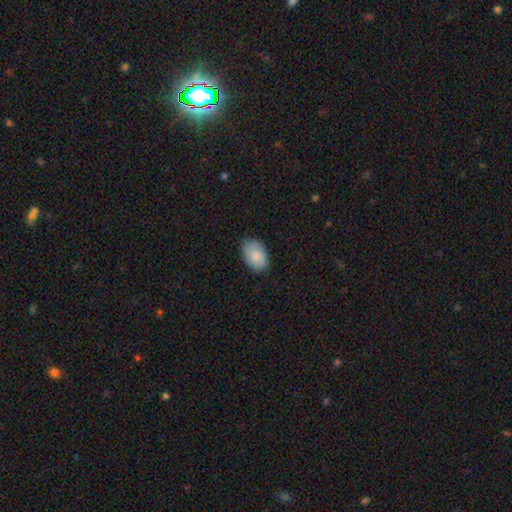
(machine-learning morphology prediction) smooth-or-featured: smooth: 85% | featured or disk: 9% | star or artifact: 6%
  how-rounded: in between: 89% | round: 10% | cigar-shaped: 1%
  merging: none: 79% | minor disturbance: 17% | major disturbance: 3% | merger: 1%